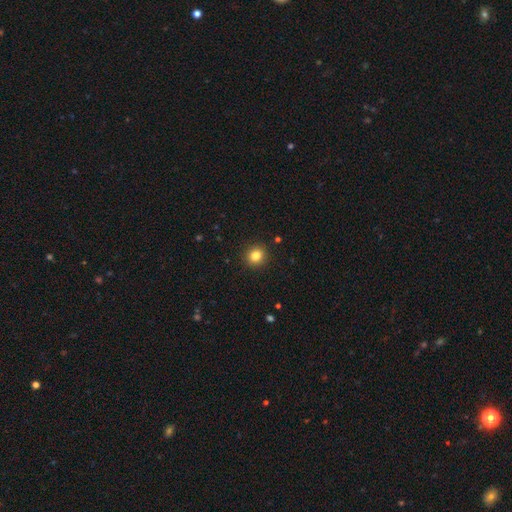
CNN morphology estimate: type=smooth (83%); roundness=round (85%); merging=none (92%).